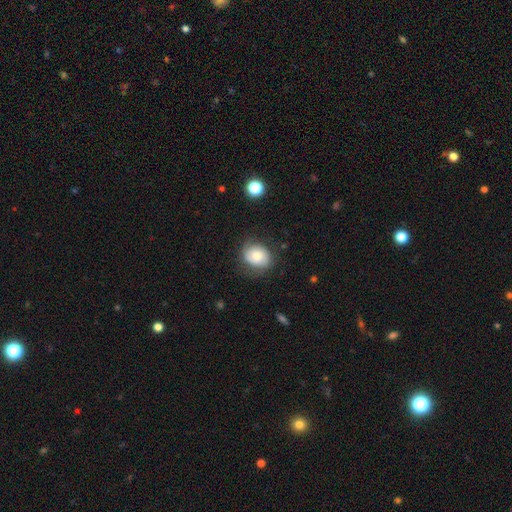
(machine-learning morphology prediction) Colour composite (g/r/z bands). It shows a smooth galaxy with no disk features (68%) that is round (55%). Merging: none (69%).